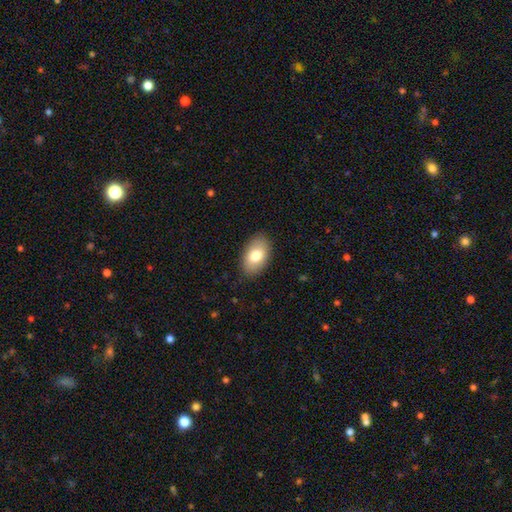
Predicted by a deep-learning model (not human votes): Q: Smooth or featured?
A: smooth (78%); runner-up: featured or disk (15%)
Q: How rounded?
A: in between (93%); runner-up: round (6%)
Q: Merging?
A: none (87%); runner-up: minor disturbance (10%)